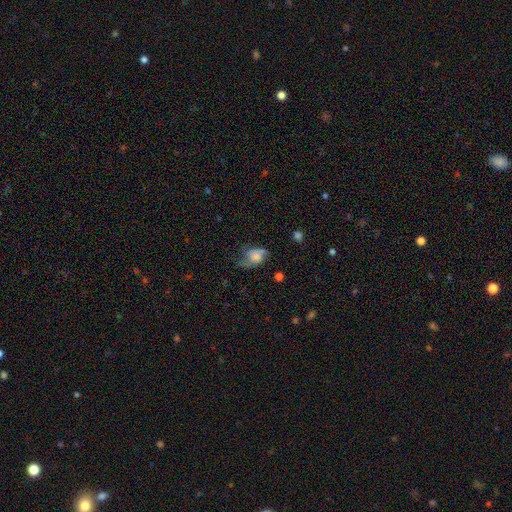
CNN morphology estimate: Smooth or featured?
  - smooth: 54% *
  - featured or disk: 36%
  - star or artifact: 10%
How rounded?
  - in between: 70% *
  - round: 29%
  - cigar-shaped: 2%
Merging?
  - none: 34% *
  - major disturbance: 32%
  - minor disturbance: 30%
  - merger: 4%